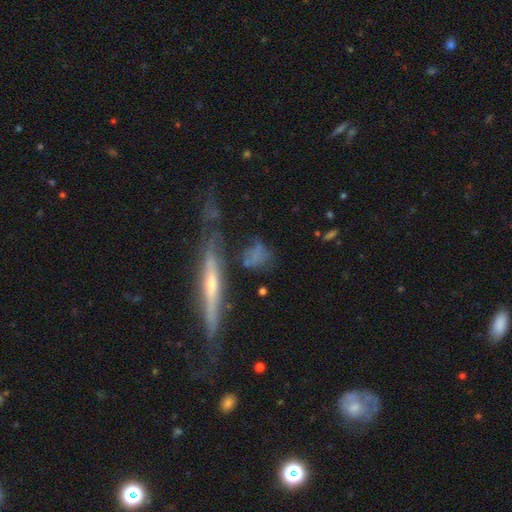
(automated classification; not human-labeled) The model was most divided on "how rounded": cigar-shaped: 38%, in between: 34%, round: 27%. More confident: merging — none (57%); smooth or featured — smooth (51%).